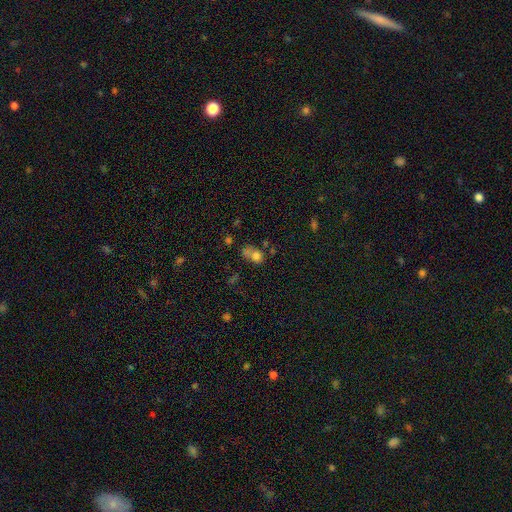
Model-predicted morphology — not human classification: Smooth or featured? smooth (73%)
How rounded? round (49%, tied with in between)
Merging? merger (34%)